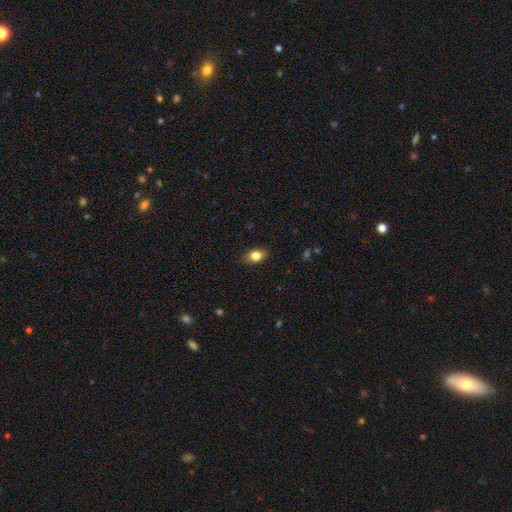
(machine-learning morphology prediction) type=smooth (80%); roundness=in between (71%); merging=none (78%).